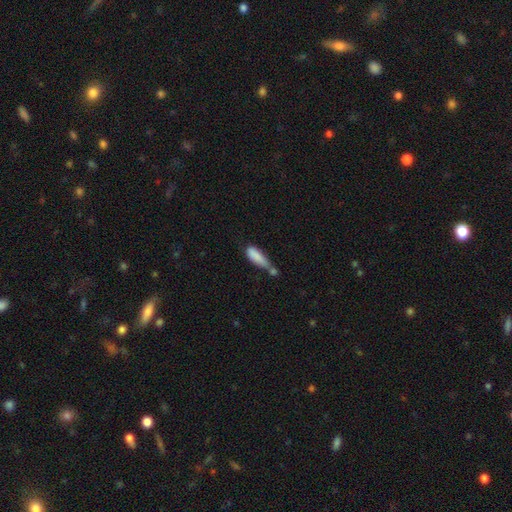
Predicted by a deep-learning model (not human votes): This appears to be a smooth galaxy with no disk features (83%) that is in between round and cigar-shaped (55%). Merging: merger (42%).